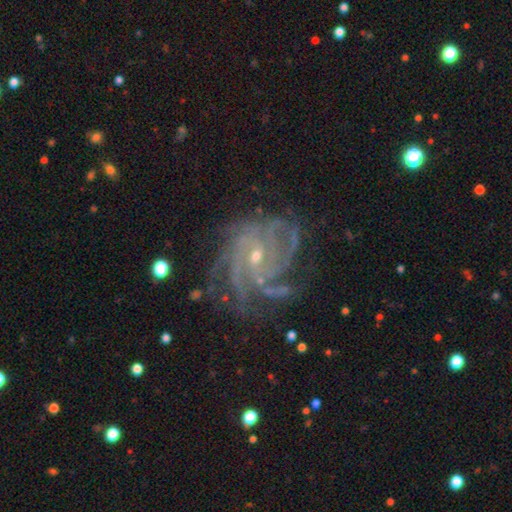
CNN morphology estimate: Smooth or featured? Predicted: featured or disk (p=0.89). Edge-on disk? Predicted: no (p=0.98). Bar? Predicted: no (p=0.48). Spiral arms? Predicted: yes (p=0.97). Spiral winding? Predicted: tight (p=0.59). Spiral arm count? Predicted: 4 (p=0.34). Bulge size? Predicted: small (p=0.70). Merging? Predicted: none (p=0.64).